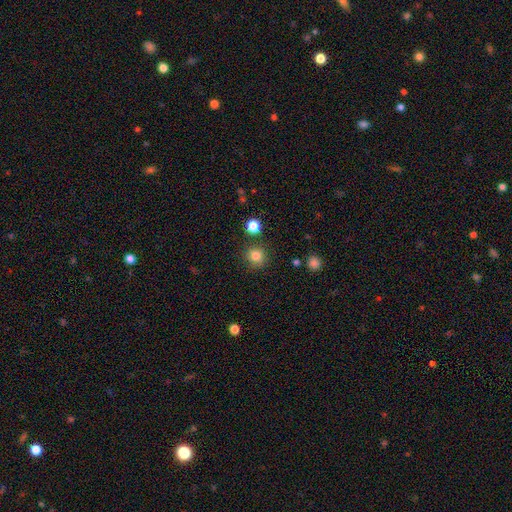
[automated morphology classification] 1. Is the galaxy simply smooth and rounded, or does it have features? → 83% smooth, 12% star or artifact, 5% featured or disk.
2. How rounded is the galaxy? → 91% round, 8% in between, 1% cigar-shaped.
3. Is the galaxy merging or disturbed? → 86% none, 8% minor disturbance, 4% merger, 3% major disturbance.